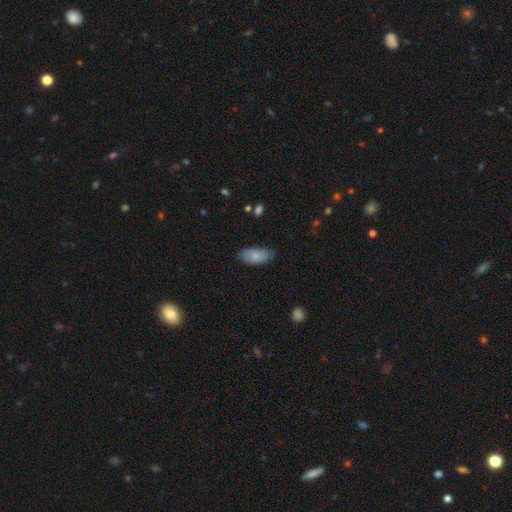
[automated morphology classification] type=smooth (81%); roundness=in between (93%); merging=none (73%).